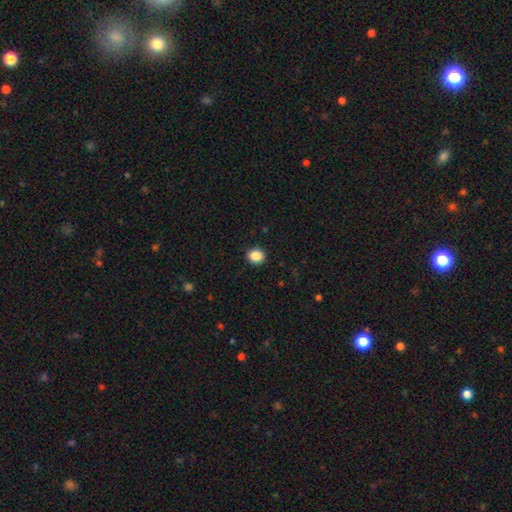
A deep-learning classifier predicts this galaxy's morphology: Smooth or featured?
  - smooth: 88% *
  - star or artifact: 10%
  - featured or disk: 3%
How rounded?
  - round: 77% *
  - in between: 22%
  - cigar-shaped: 1%
Merging?
  - none: 91% *
  - minor disturbance: 6%
  - major disturbance: 2%
  - merger: 1%